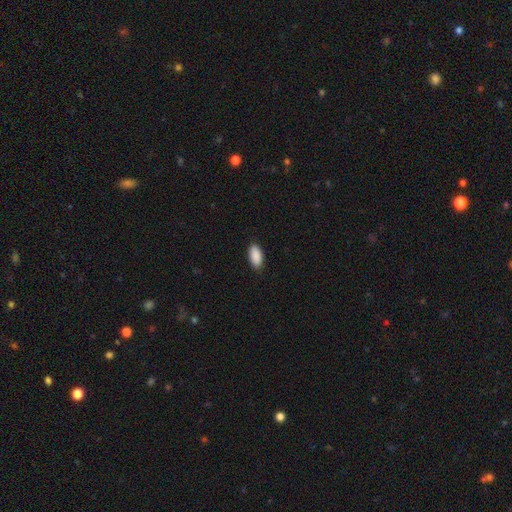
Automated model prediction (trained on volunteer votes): Smooth or featured? Predicted: smooth (p=0.91). How rounded? Predicted: in between (p=0.91). Merging? Predicted: none (p=0.89).